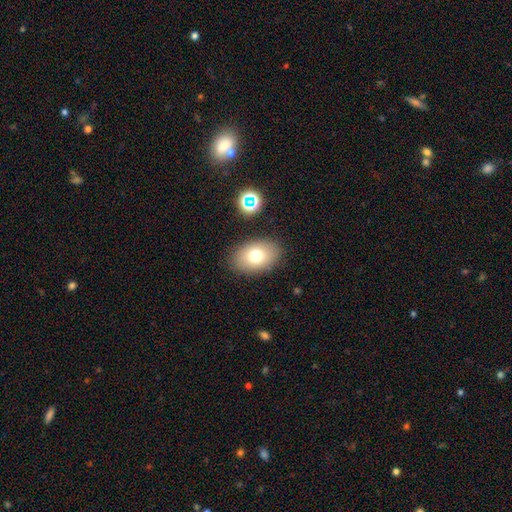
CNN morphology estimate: Q: Smooth or featured?
A: smooth (75%); runner-up: featured or disk (15%)
Q: How rounded?
A: in between (84%); runner-up: round (14%)
Q: Merging?
A: none (87%); runner-up: minor disturbance (9%)